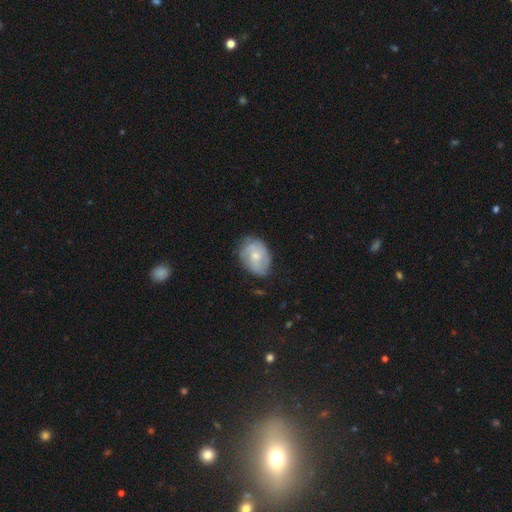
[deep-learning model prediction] Smooth or featured?
  - featured or disk: 59% *
  - smooth: 34%
  - star or artifact: 6%
Edge-on disk?
  - no: 97% *
  - yes: 3%
Bar?
  - no: 72% *
  - weak: 25%
  - strong: 3%
Spiral arms?
  - yes: 80% *
  - no: 20%
Bulge size?
  - small: 47% * (tied)
  - moderate: 47% * (tied)
  - none: 3%
  - large: 2%
  - dominant: 1%
Merging?
  - none: 69% *
  - minor disturbance: 23%
  - major disturbance: 7%
  - merger: 1%